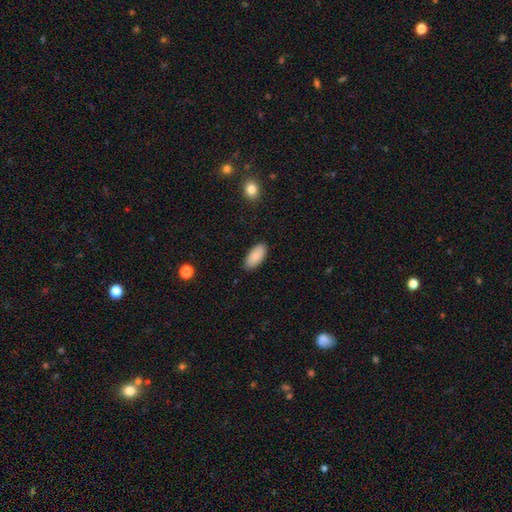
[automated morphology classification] Q: Smooth or featured?
A: smooth (88%); runner-up: star or artifact (6%)
Q: How rounded?
A: in between (92%); runner-up: cigar-shaped (6%)
Q: Merging?
A: none (87%); runner-up: minor disturbance (10%)